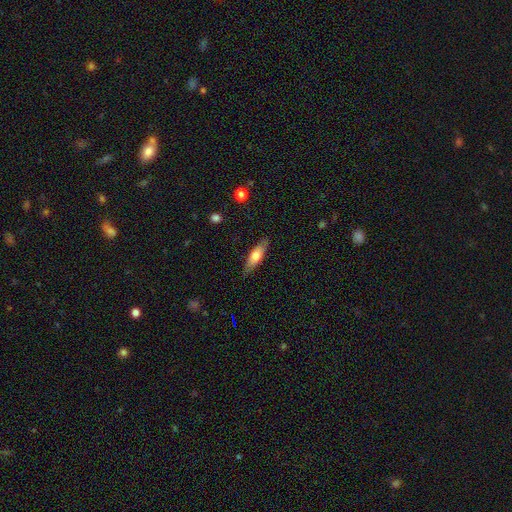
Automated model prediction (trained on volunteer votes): A smooth galaxy with no disk features (62%) that is cigar-shaped (54%).

Vote fractions:
- Smooth or featured? smooth: 62% / featured or disk: 32% / star or artifact: 6%
- How rounded? cigar-shaped: 54% / in between: 44% / round: 2%
- Merging? none: 82% / minor disturbance: 14% / major disturbance: 3% / merger: 1%